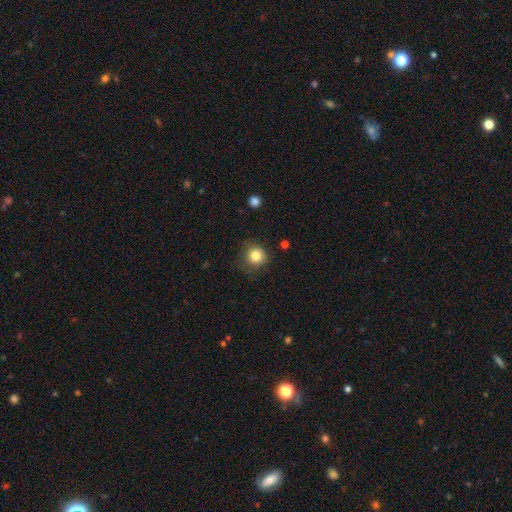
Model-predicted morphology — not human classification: A smooth galaxy with no disk features (82%) that is round (90%).

Vote fractions:
- Smooth or featured? smooth: 82% / star or artifact: 11% / featured or disk: 7%
- How rounded? round: 90% / in between: 9% / cigar-shaped: 1%
- Merging? none: 76% / minor disturbance: 17% / major disturbance: 5% / merger: 2%